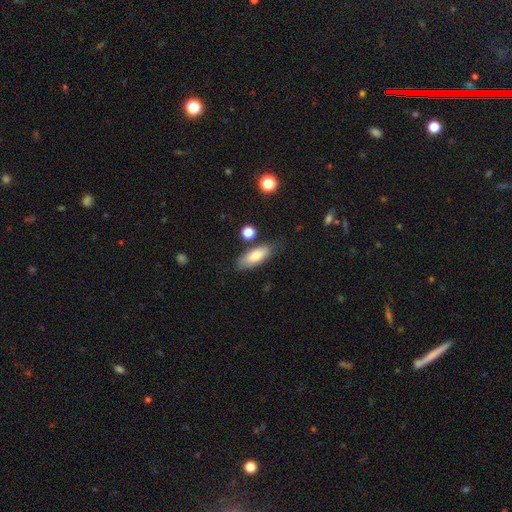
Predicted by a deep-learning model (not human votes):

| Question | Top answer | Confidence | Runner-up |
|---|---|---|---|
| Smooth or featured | smooth | 76% | featured or disk (17%) |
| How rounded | in between | 76% | cigar-shaped (21%) |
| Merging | none | 75% | minor disturbance (16%) |